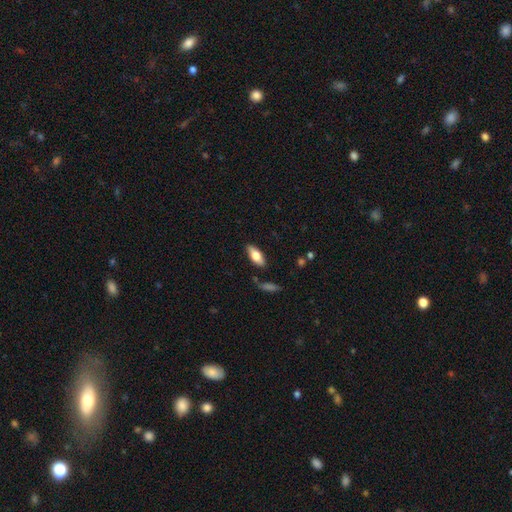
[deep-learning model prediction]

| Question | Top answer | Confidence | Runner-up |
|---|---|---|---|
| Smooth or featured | smooth | 67% | featured or disk (27%) |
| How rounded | in between | 79% | cigar-shaped (19%) |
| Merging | none | 82% | minor disturbance (12%) |